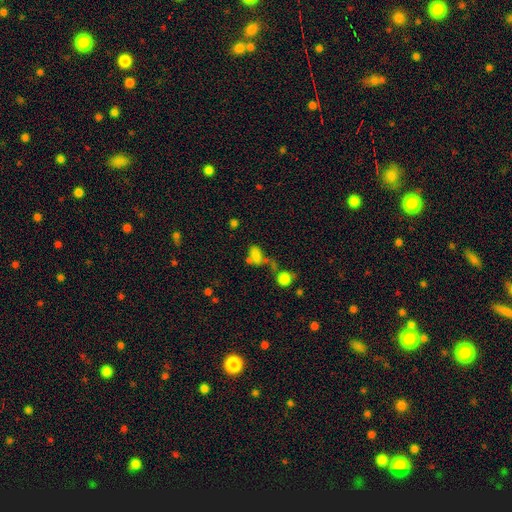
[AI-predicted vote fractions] smooth-or-featured: smooth: 72% | star or artifact: 17% | featured or disk: 11%
  how-rounded: in between: 77% | round: 19% | cigar-shaped: 4%
  merging: none: 36% | merger: 27% | minor disturbance: 19% | major disturbance: 18%